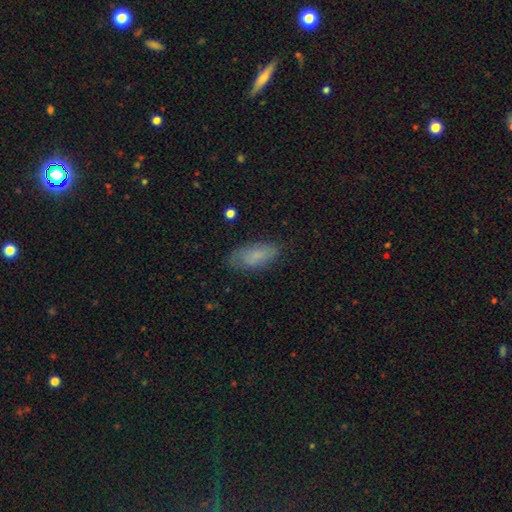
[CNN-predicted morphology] A smooth galaxy with no disk features (76%) that is in between round and cigar-shaped (82%). Merging: none (75%).